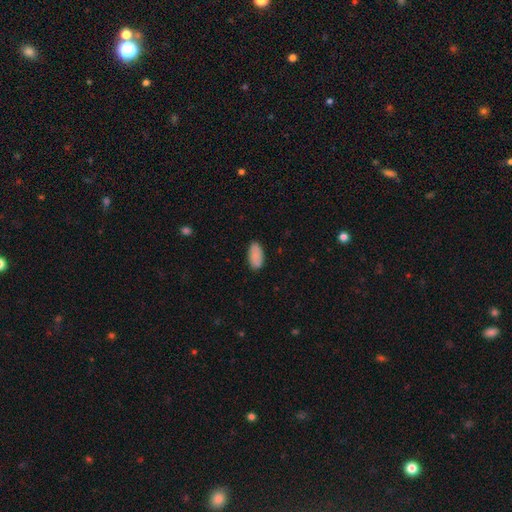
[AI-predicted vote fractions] This is clearly a smooth galaxy (87%). How rounded: clearly in between (93%). Merging: clearly none (85%).